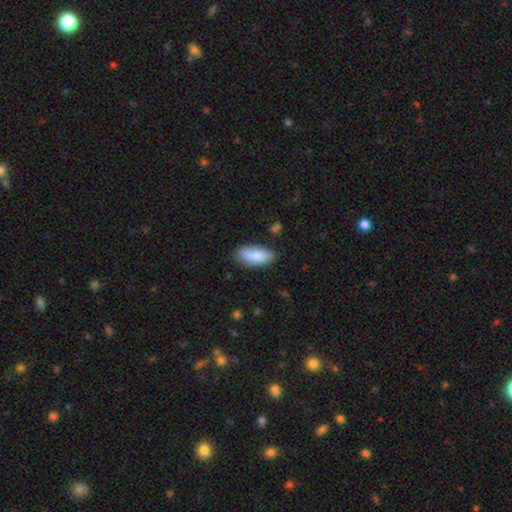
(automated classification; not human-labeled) Smooth or featured: smooth — 85% (featured or disk — 9%)
How rounded: in between — 83% (cigar-shaped — 15%)
Merging: none — 76% (minor disturbance — 18%)